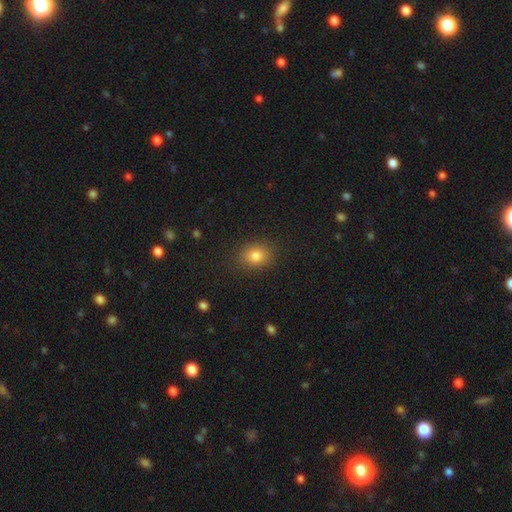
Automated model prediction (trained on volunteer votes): smooth 81%, star or artifact 12%, featured or disk 7%. Down the decision tree: how rounded — round (53%); merging — none (87%).